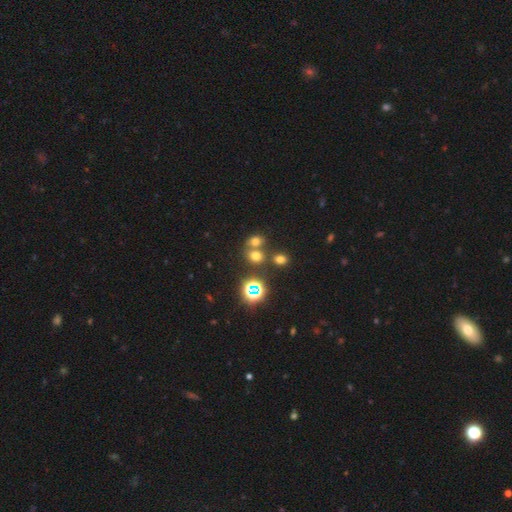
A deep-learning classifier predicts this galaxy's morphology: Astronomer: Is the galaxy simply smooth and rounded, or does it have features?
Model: smooth — 59%.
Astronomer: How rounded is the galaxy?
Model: round — 61% (runner-up: in between, 38%).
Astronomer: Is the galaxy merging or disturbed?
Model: none — 50% (runner-up: merger, 38%).